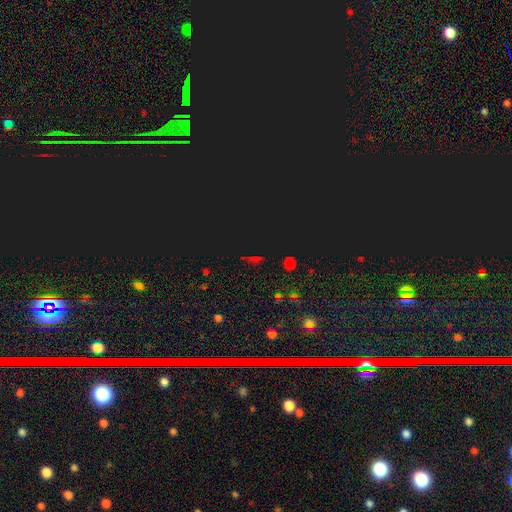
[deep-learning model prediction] This is likely a star or artifact rather than a galaxy (74%).